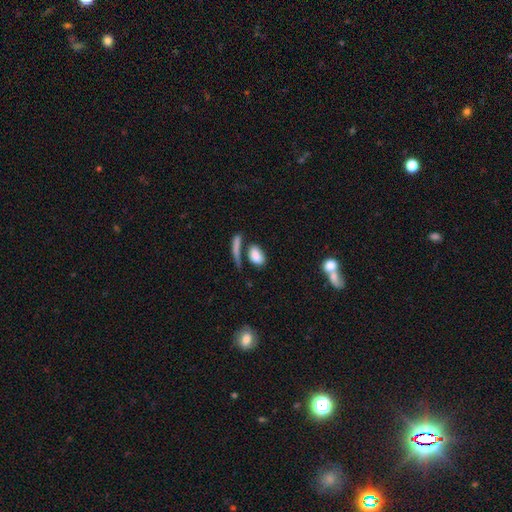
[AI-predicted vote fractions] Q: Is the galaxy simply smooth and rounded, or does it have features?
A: smooth — 82%.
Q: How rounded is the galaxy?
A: in between — 88%.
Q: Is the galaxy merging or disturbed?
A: none — 53%.